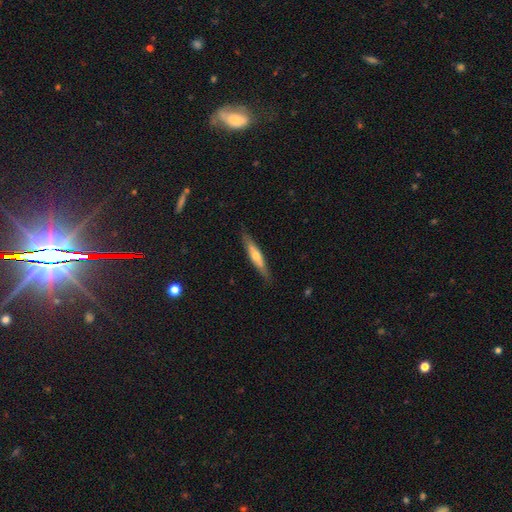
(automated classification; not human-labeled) A featured or disk galaxy (50%) viewed edge-on (89%).

Vote fractions:
- Smooth or featured? featured or disk: 50% / smooth: 44% / star or artifact: 6%
- Edge-on disk? yes: 89% / no: 11%
- Merging? none: 87% / minor disturbance: 10% / major disturbance: 2% / merger: 1%